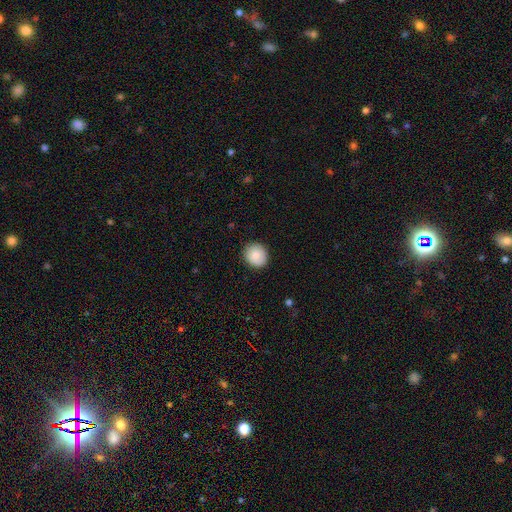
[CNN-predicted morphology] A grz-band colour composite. It shows a smooth galaxy with no disk features (86%) that is round (83%). Merging: none (88%).